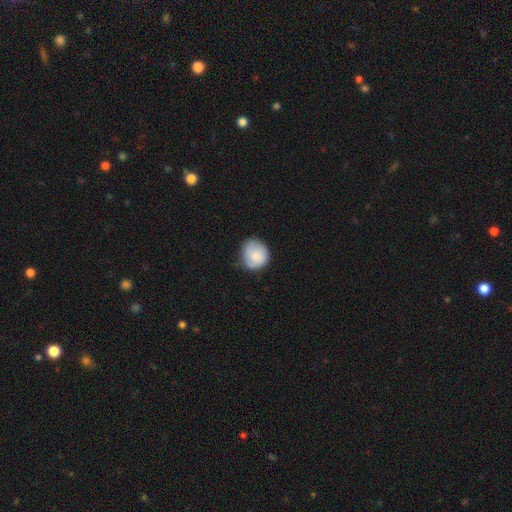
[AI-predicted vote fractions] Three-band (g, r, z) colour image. It shows a smooth galaxy with no disk features (74%) that is round (83%). Merging: none (68%).